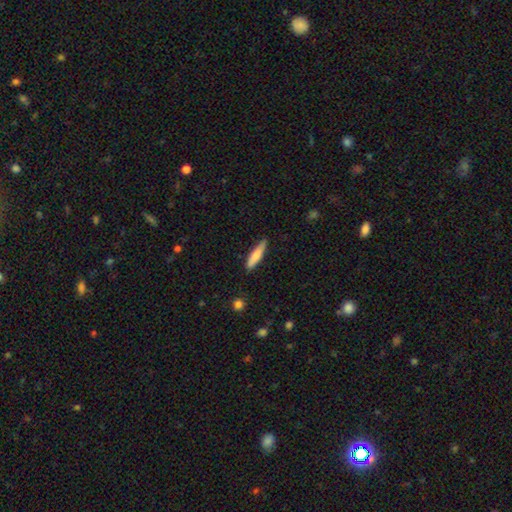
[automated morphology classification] A smooth galaxy with no disk features (71%) that is cigar-shaped (82%).

Vote fractions:
- Smooth or featured? smooth: 71% / featured or disk: 23% / star or artifact: 6%
- How rounded? cigar-shaped: 82% / in between: 16% / round: 1%
- Merging? none: 85% / minor disturbance: 11% / major disturbance: 2% / merger: 1%